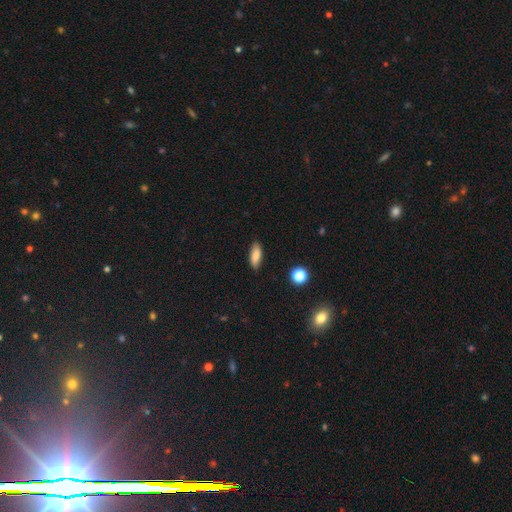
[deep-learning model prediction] Smooth or featured: smooth — 83% (featured or disk — 9%)
How rounded: in between — 69% (cigar-shaped — 28%)
Merging: none — 86% (minor disturbance — 11%)